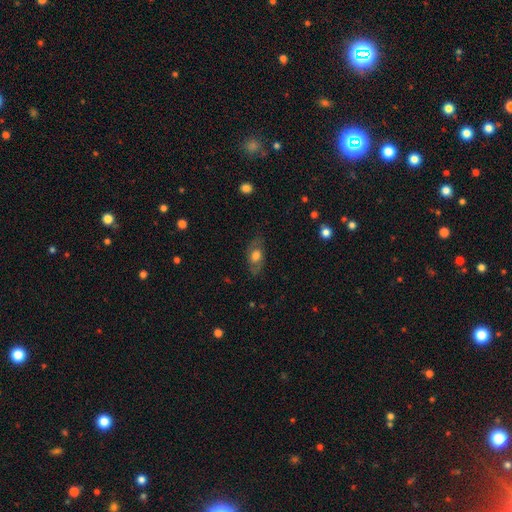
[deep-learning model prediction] smooth 53%, featured or disk 39%, star or artifact 8%. Down the decision tree: how rounded — in between (84%); merging — none (73%).